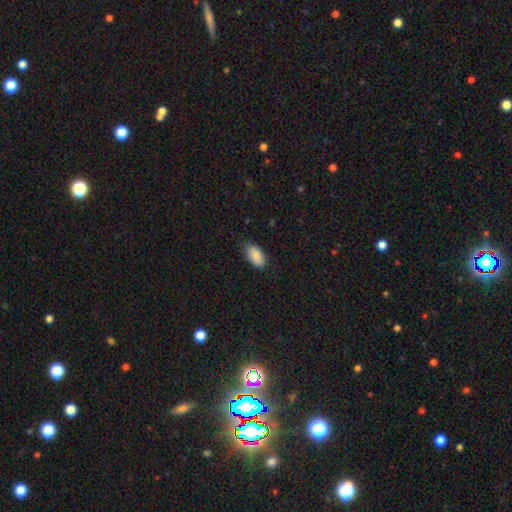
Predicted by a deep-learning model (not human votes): Smooth or featured: smooth — 88% (star or artifact — 7%)
How rounded: in between — 94% (cigar-shaped — 3%)
Merging: none — 75% (minor disturbance — 21%)